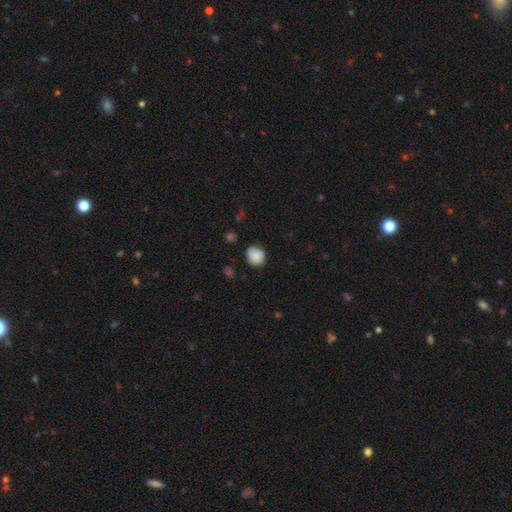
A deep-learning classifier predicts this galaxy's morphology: Smooth or featured? Predicted: smooth (p=0.84). How rounded? Predicted: round (p=0.74). Merging? Predicted: none (p=0.73).